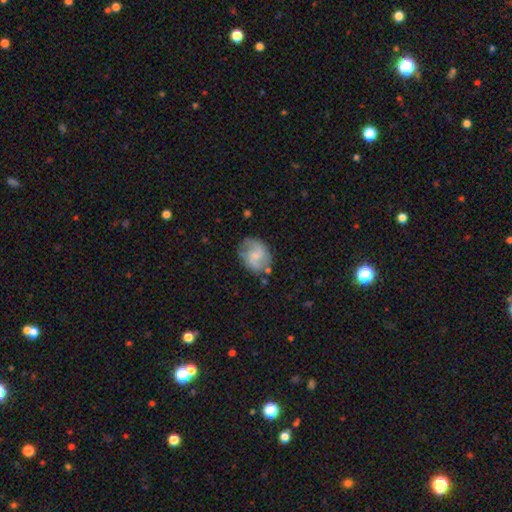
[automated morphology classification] featured or disk 63%, smooth 30%, star or artifact 7%. Down the decision tree: edge-on disk — no (98%); bar — weak (46%); spiral arms — yes (90%); spiral arm count — 2 (82%); spiral winding — medium (47%); bulge size — small (43%); merging — none (68%).